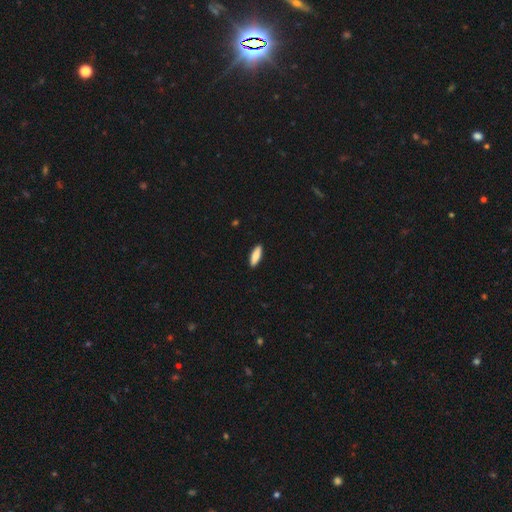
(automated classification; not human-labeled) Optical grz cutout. It shows a smooth galaxy with no disk features (81%) that is cigar-shaped (56%). Merging: none (91%).